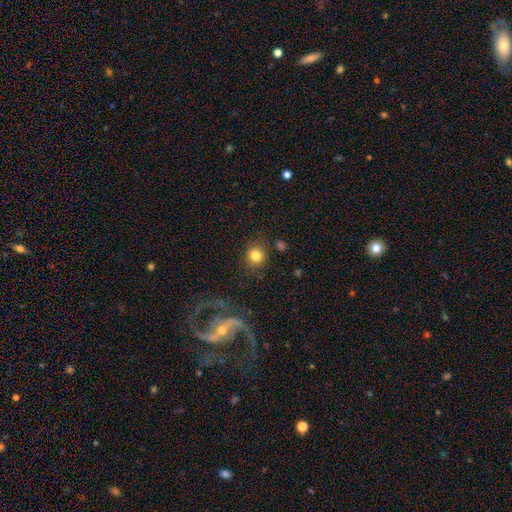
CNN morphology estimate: Smooth or featured: smooth — 81% (star or artifact — 11%)
How rounded: round — 85% (in between — 14%)
Merging: none — 82% (minor disturbance — 10%)